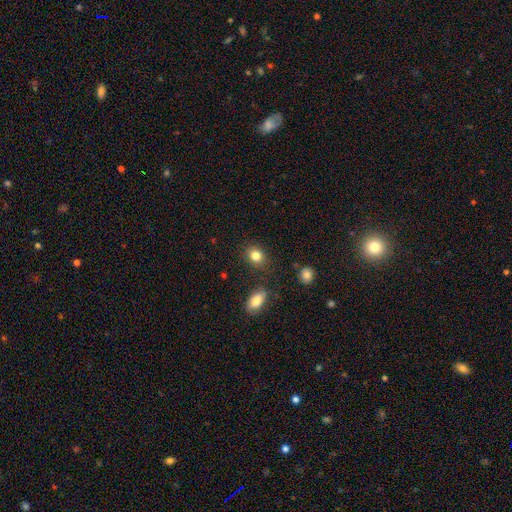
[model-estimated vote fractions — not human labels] A smooth galaxy with no disk features (83%) that is round (60%).

Vote fractions:
- Smooth or featured? smooth: 83% / star or artifact: 10% / featured or disk: 6%
- How rounded? round: 60% / in between: 38% / cigar-shaped: 1%
- Merging? none: 85% / minor disturbance: 10% / merger: 3% / major disturbance: 3%